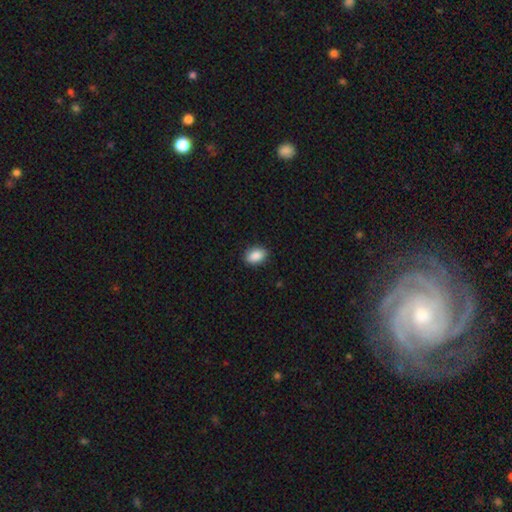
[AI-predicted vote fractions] Smooth or featured? smooth (90%)
How rounded? in between (88%)
Merging? none (88%)